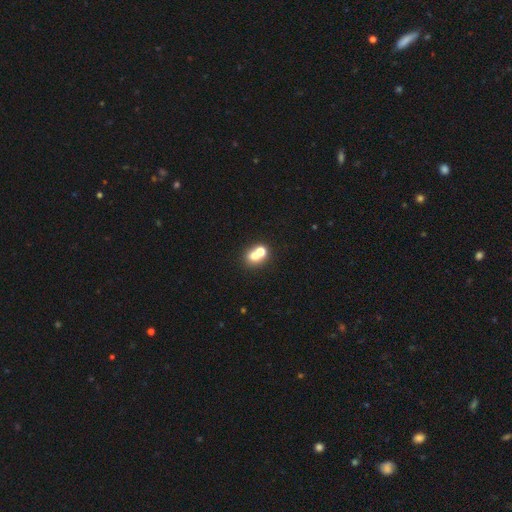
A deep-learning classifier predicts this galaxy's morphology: smooth 66%, featured or disk 20%, star or artifact 14%. Down the decision tree: how rounded — round (65%); merging — merger (57%).